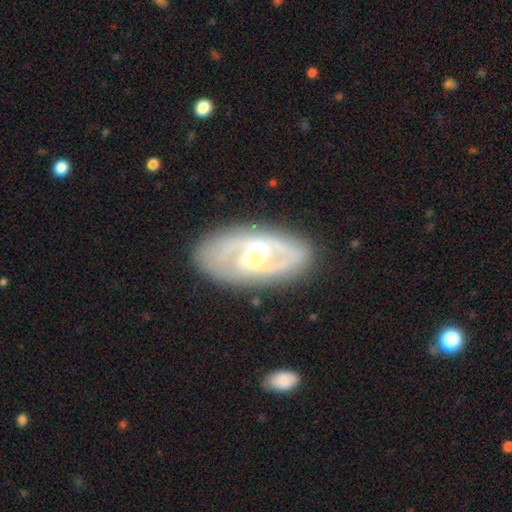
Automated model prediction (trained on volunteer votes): Morphology: type=featured or disk (82%); edge-on=no (93%); bar=weak (48%); spiral arms=yes (88%); winding=medium (45%); arm count=2 (76%); bulge=moderate (56%); merging=none (82%).